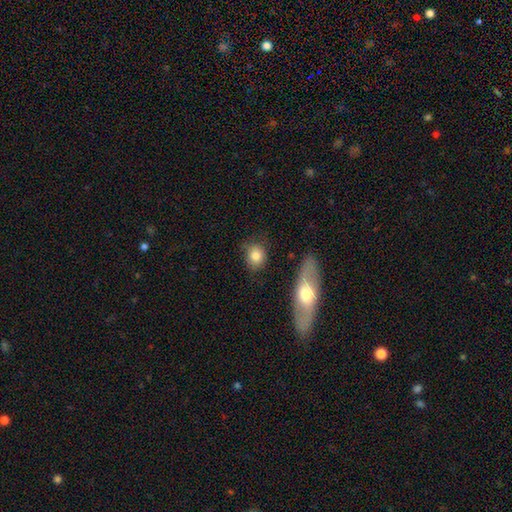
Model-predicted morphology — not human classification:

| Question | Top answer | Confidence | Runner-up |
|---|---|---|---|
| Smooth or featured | smooth | 83% | featured or disk (10%) |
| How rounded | round | 67% | in between (31%) |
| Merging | none | 73% | minor disturbance (16%) |